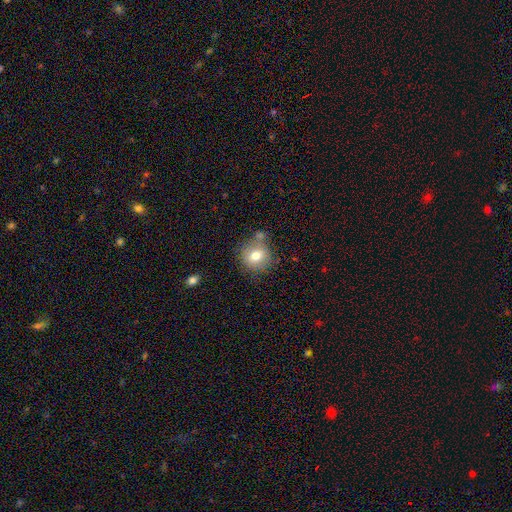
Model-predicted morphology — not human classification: Smooth or featured: smooth — 75% (featured or disk — 15%)
How rounded: round — 86% (in between — 13%)
Merging: none — 69% (minor disturbance — 15%)